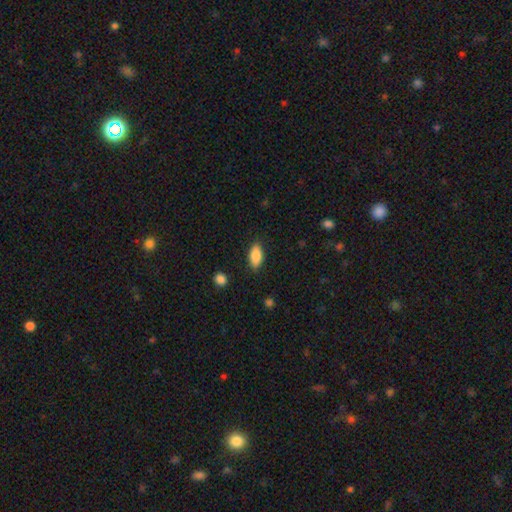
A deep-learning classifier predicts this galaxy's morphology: smooth_or_featured: smooth (p=0.86) [alt: featured or disk p=0.07]
how_rounded: in between (p=0.90) [alt: cigar-shaped p=0.07]
merging: none (p=0.86) [alt: minor disturbance p=0.10]